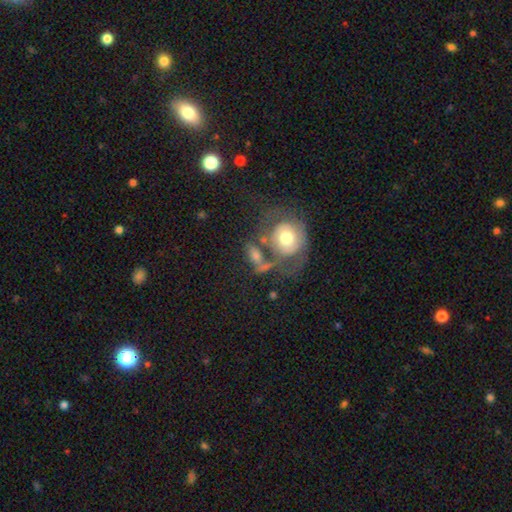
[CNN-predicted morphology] smooth_or_featured: smooth (p=0.56) [alt: featured or disk p=0.34]
how_rounded: in between (p=0.52) [alt: round p=0.43]
merging: merger (p=0.34) [alt: none p=0.29]